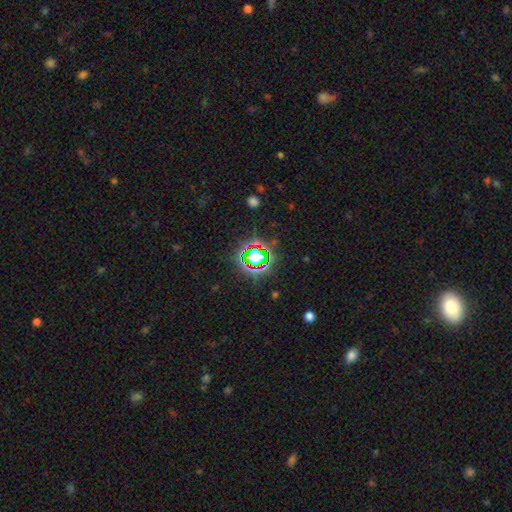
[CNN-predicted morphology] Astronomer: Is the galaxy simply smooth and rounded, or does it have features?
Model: star or artifact — 70%.